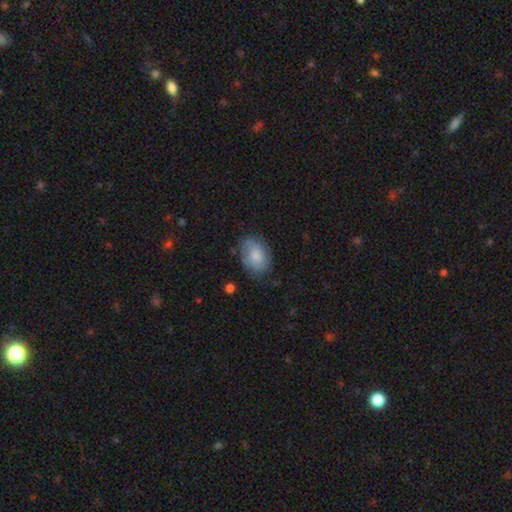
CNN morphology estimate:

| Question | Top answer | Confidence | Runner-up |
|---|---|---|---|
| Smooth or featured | smooth | 75% | featured or disk (18%) |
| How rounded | in between | 81% | round (18%) |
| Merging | none | 65% | minor disturbance (25%) |